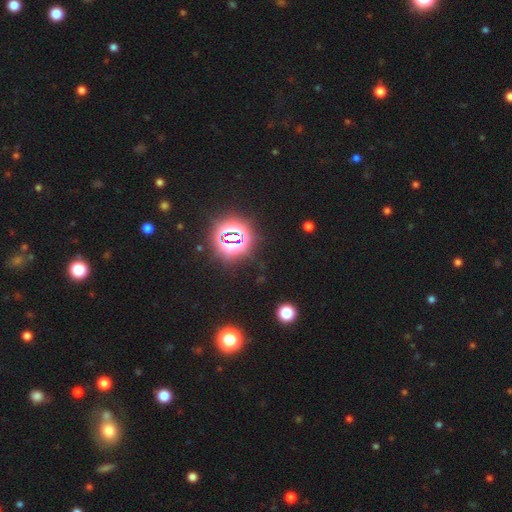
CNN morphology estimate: This appears to be a star or artifact, not a galaxy (82%).